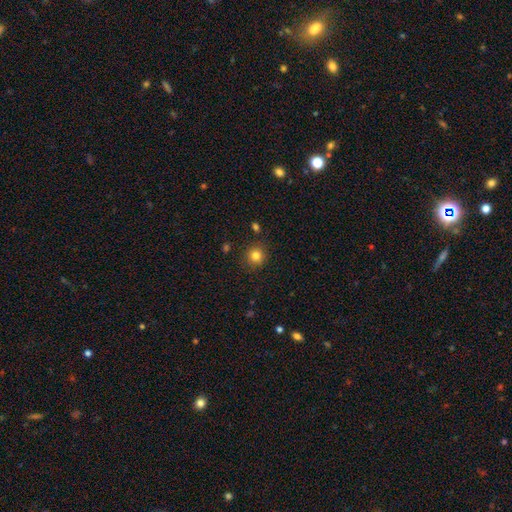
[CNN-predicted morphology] Q: Smooth or featured?
A: smooth (81%); runner-up: star or artifact (13%)
Q: How rounded?
A: round (91%); runner-up: in between (8%)
Q: Merging?
A: none (88%); runner-up: minor disturbance (8%)